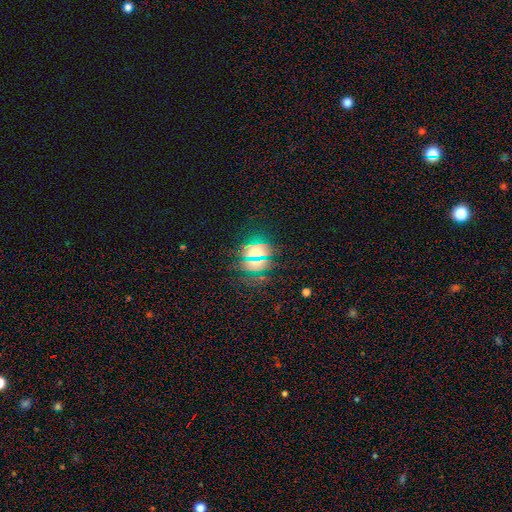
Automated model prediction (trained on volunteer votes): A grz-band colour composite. It shows a star or artifact, not a galaxy (45%).